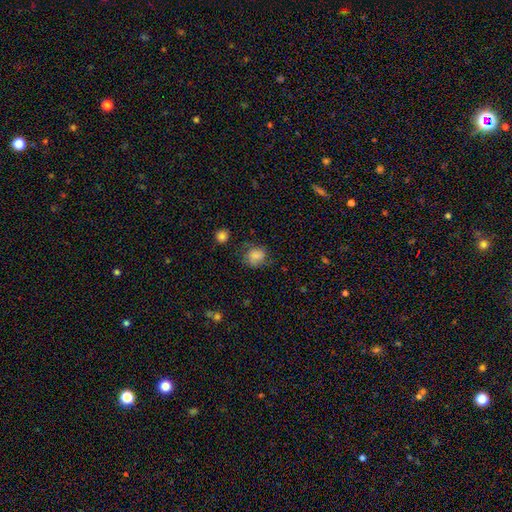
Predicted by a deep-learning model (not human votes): Smooth or featured? smooth (73%)
How rounded? round (69%)
Merging? none (65%)